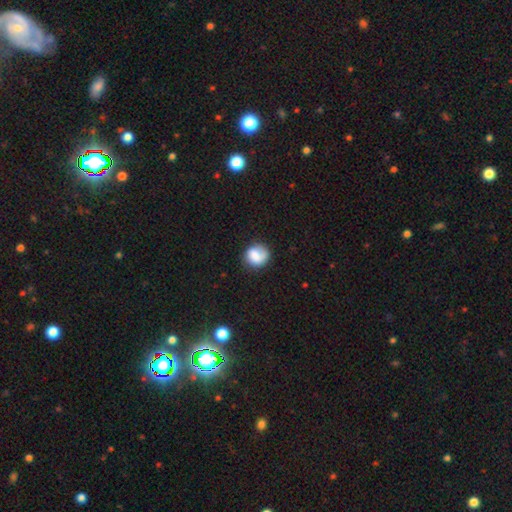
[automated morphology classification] This is likely a smooth galaxy (77%). How rounded: clearly round (82%). Merging: likely none (68%).